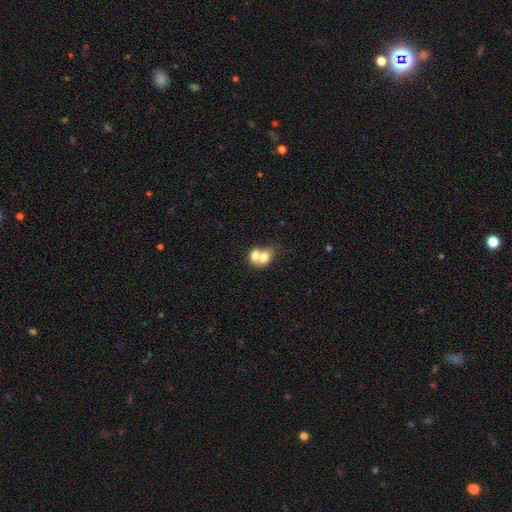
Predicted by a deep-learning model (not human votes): Smooth or featured? Predicted: smooth (p=0.68). How rounded? Predicted: in between (p=0.61). Merging? Predicted: merger (p=0.72).